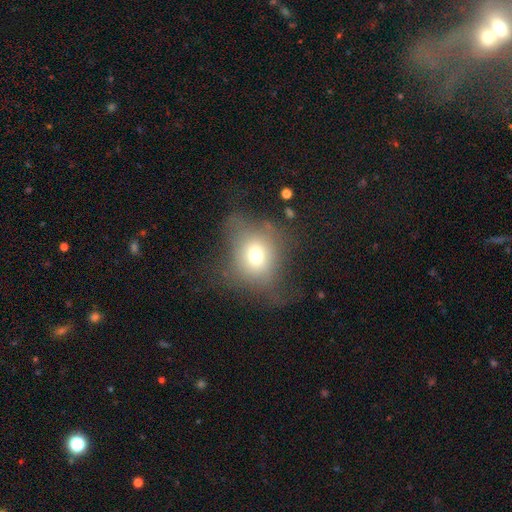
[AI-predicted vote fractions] smooth_or_featured: smooth (p=0.65) [alt: featured or disk p=0.21]
how_rounded: round (p=0.66) [alt: in between p=0.33]
merging: none (p=0.43) [alt: major disturbance p=0.29]